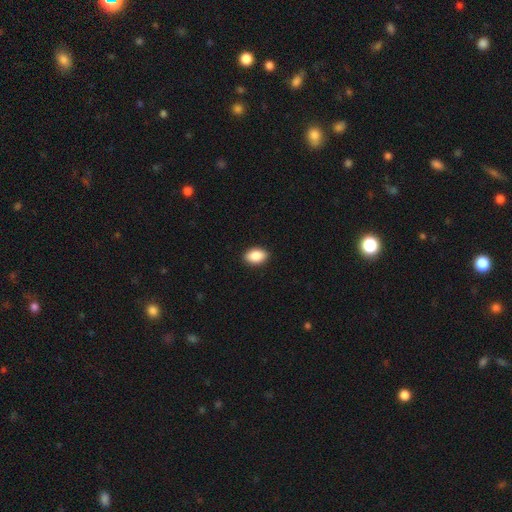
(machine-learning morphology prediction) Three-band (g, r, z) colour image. It shows a smooth galaxy with no disk features (89%) that is in between round and cigar-shaped (89%). Merging: none (90%).